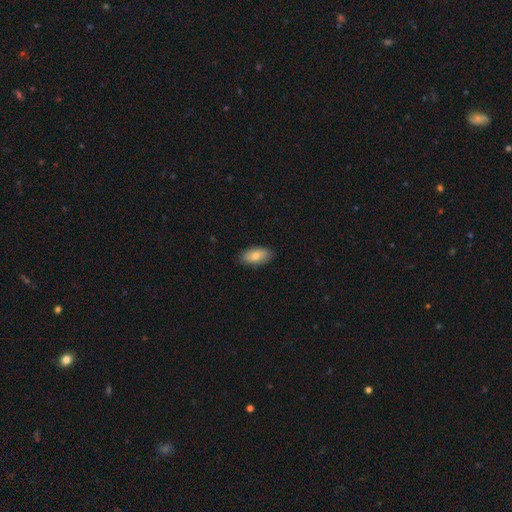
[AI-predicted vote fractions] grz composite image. It shows a smooth galaxy with no disk features (77%) that is in between round and cigar-shaped (93%). Merging: none (86%).